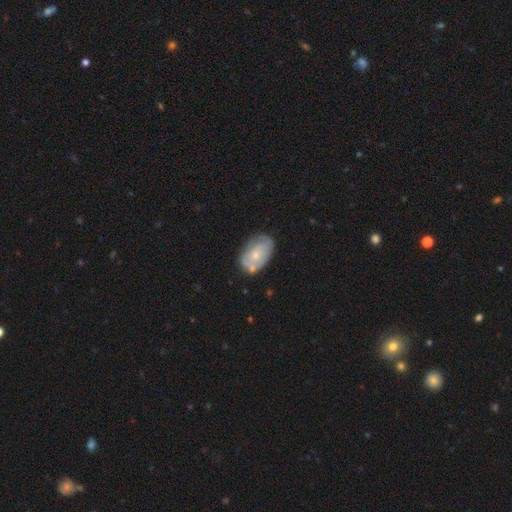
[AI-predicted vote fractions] Overall: smooth (50%; featured or disk 43%). How rounded: in between (88%). Merging: none (59%; minor disturbance 25%).